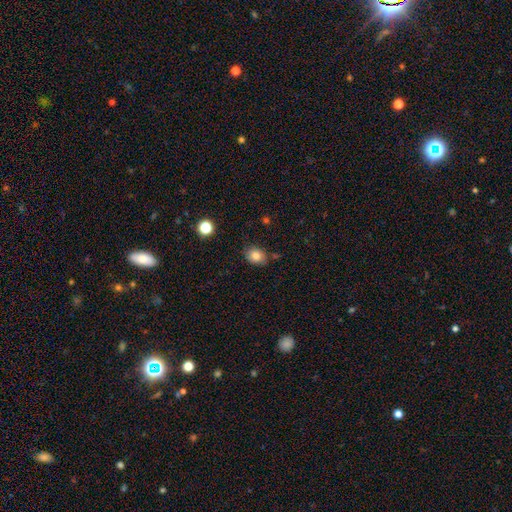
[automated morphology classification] Smooth or featured: smooth — 82% (star or artifact — 10%)
How rounded: in between — 57% (round — 42%)
Merging: none — 75% (minor disturbance — 17%)